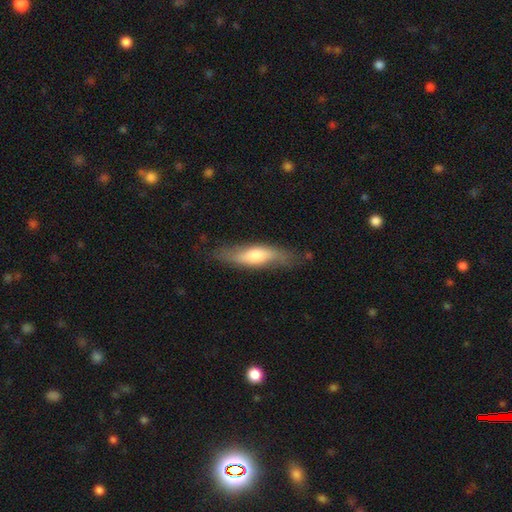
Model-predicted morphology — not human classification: Smooth or featured? smooth (50%)
How rounded? cigar-shaped (61%)
Merging? none (73%)